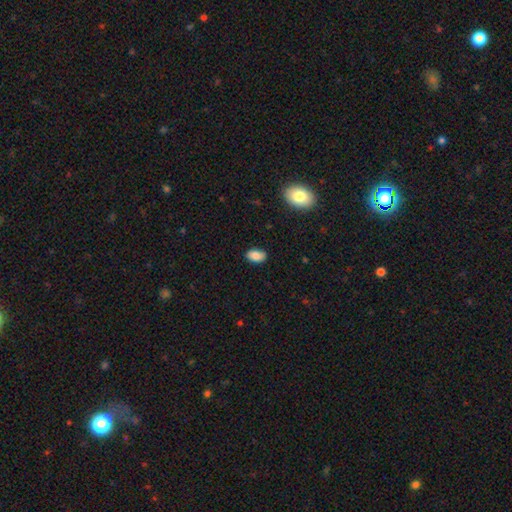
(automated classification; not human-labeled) This appears to be a smooth galaxy with no disk features (87%) that is in between round and cigar-shaped (91%). Merging: none (86%).